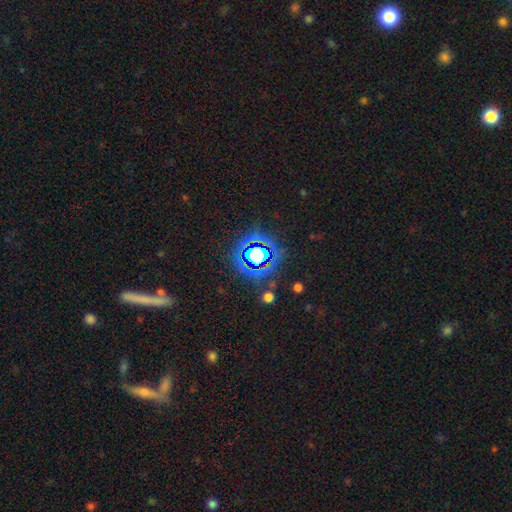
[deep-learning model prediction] smooth-or-featured: star or artifact: 70% | smooth: 19% | featured or disk: 11%